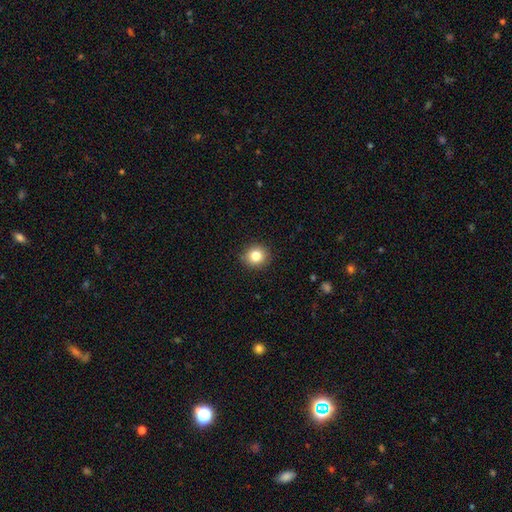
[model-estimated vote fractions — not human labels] A smooth galaxy with no disk features (82%) that is round (85%). Merging: none (90%).